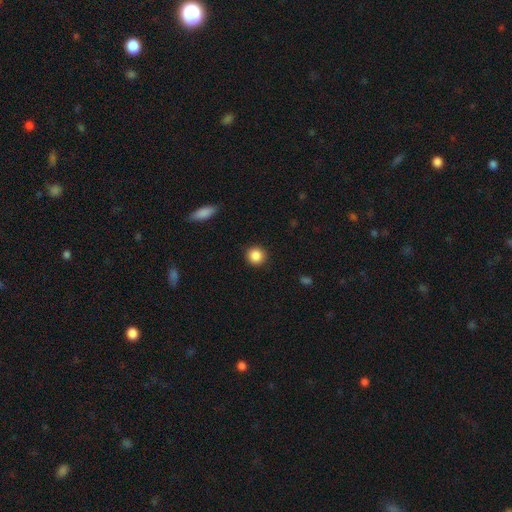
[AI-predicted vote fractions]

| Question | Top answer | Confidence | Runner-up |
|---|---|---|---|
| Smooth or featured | smooth | 87% | star or artifact (9%) |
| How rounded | round | 92% | in between (7%) |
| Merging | none | 91% | minor disturbance (6%) |